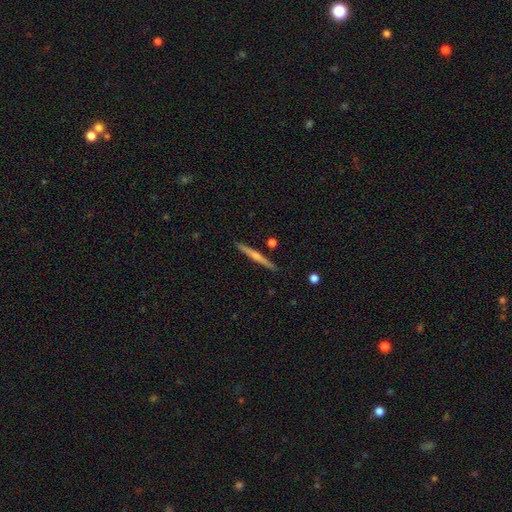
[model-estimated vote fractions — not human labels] The model was most divided on "smooth or featured": featured or disk: 70%, smooth: 24%, star or artifact: 6%. More confident: edge-on disk — yes (98%); merging — none (91%); edge-on bulge — rounded (71%).